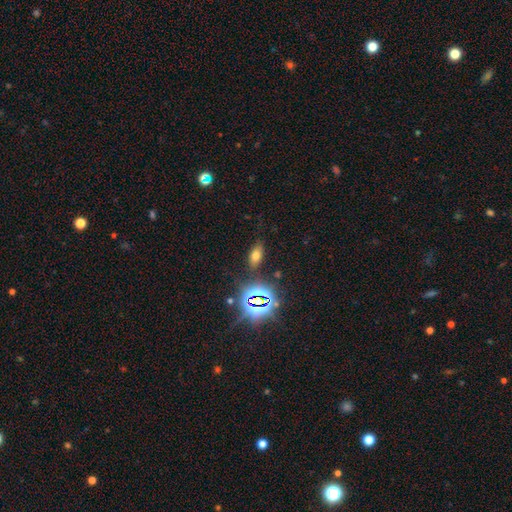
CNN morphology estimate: A smooth galaxy with no disk features (60%) that is in between round and cigar-shaped (84%).

Vote fractions:
- Smooth or featured? smooth: 60% / star or artifact: 29% / featured or disk: 11%
- How rounded? in between: 84% / round: 8% / cigar-shaped: 8%
- Merging? none: 83% / minor disturbance: 10% / major disturbance: 4% / merger: 3%